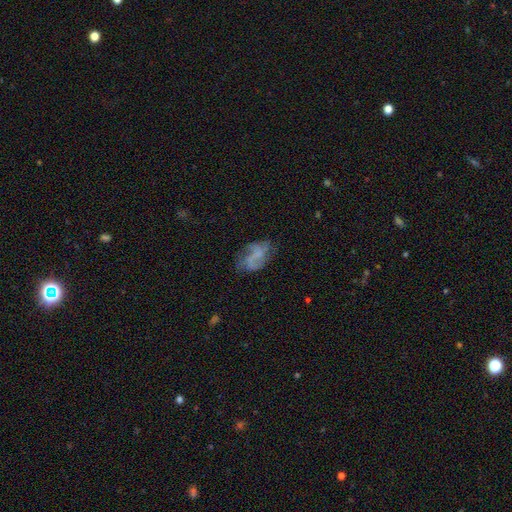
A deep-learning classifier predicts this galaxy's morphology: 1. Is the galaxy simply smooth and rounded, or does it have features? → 59% featured or disk, 30% smooth, 11% star or artifact.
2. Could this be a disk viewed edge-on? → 97% no, 3% yes.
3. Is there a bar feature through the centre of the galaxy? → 59% no, 32% weak, 9% strong.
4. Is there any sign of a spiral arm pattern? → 72% yes, 28% no.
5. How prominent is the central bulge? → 62% none, 21% small, 12% moderate, 3% large, 1% dominant.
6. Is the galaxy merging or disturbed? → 54% none, 24% minor disturbance, 19% major disturbance, 3% merger.